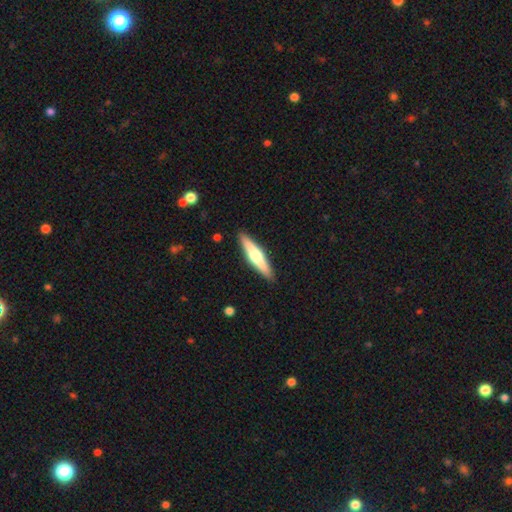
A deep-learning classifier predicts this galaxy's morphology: type=featured or disk (57%); edge-on=yes (96%); edge-on bulge=rounded (91%); merging=none (90%).